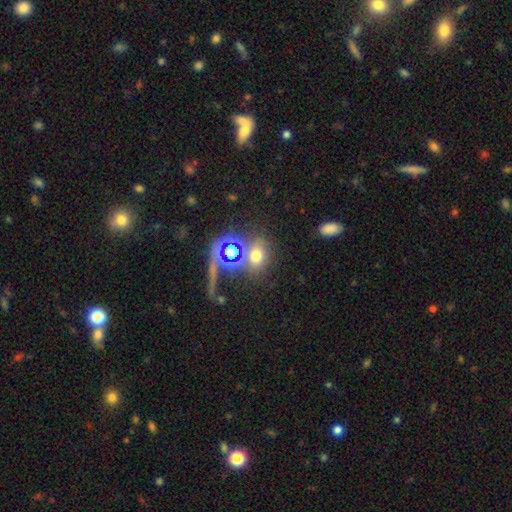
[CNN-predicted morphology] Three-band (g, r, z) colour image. It shows a smooth galaxy with no disk features (58%) that is round (49%). Merging: none (64%).